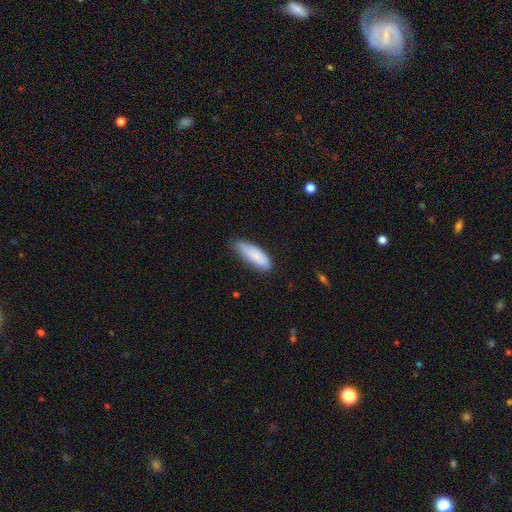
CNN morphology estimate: smooth_or_featured: smooth (p=0.84) [alt: featured or disk p=0.10]
how_rounded: in between (p=0.61) [alt: cigar-shaped p=0.37]
merging: none (p=0.58) [alt: minor disturbance p=0.35]